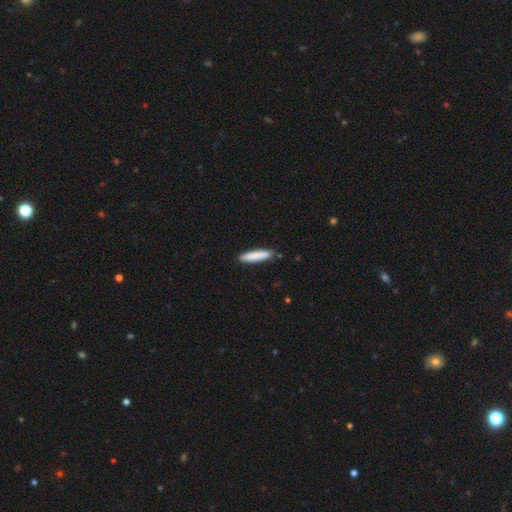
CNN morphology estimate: The model was most divided on "how rounded": cigar-shaped: 84%, in between: 15%, round: 1%. More confident: merging — none (86%); smooth or featured — smooth (85%).